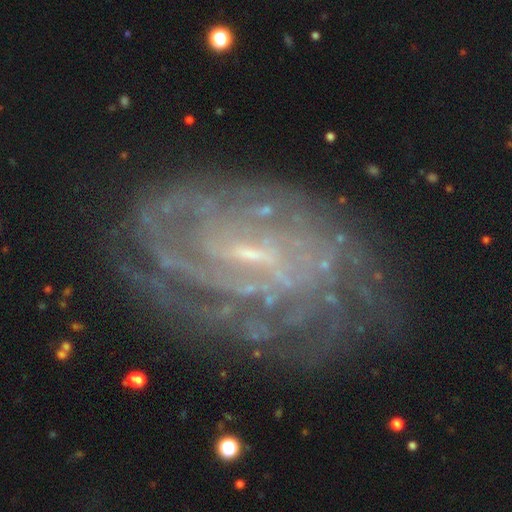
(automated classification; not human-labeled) This is clearly a featured or disk galaxy (82%). It is clearly not viewed edge-on (96%). Bar: possibly weak (52%). Spiral arm pattern: clearly yes (91%). Spiral arm count: possibly can't tell (48%). Spiral winding: likely tight (70%). Central bulge: likely small (70%). Merging: likely none (74%).